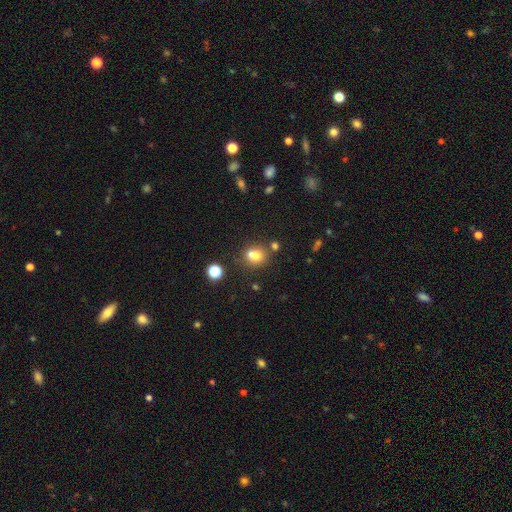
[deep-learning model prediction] This is likely a smooth galaxy (71%). How rounded: likely round (65%). Merging: possibly none (49%).